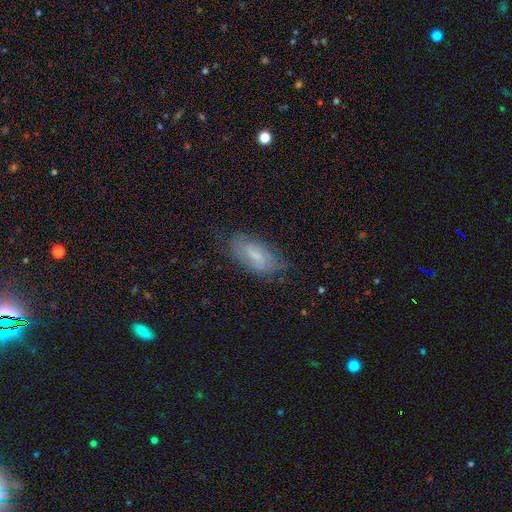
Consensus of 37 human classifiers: This is possibly a featured or disk galaxy (49%). It is clearly not viewed edge-on (83%). Bar: possibly weak (47%). Spiral arm pattern: clearly yes (80%). Spiral arm count: likely can't tell (75%). Spiral winding: possibly tight (50%). Central bulge: marginally moderate (40%). Merging: likely none (65%).